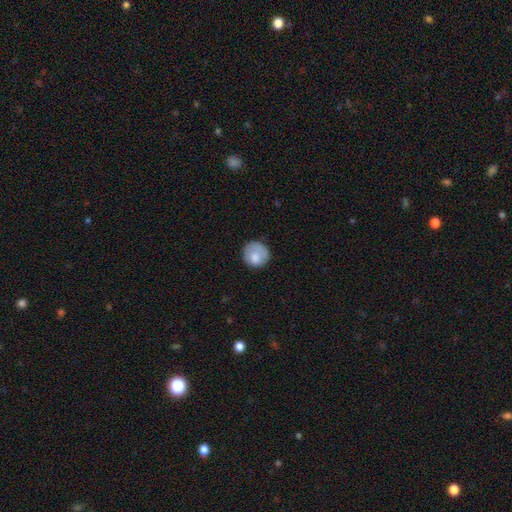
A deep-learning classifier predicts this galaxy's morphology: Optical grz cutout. It shows a smooth galaxy with no disk features (77%) that is round (88%). Merging: none (69%).